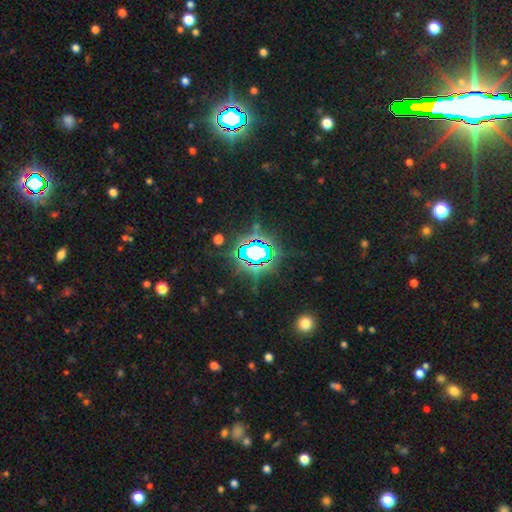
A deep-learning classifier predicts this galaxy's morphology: A star or artifact, not a galaxy (75%).